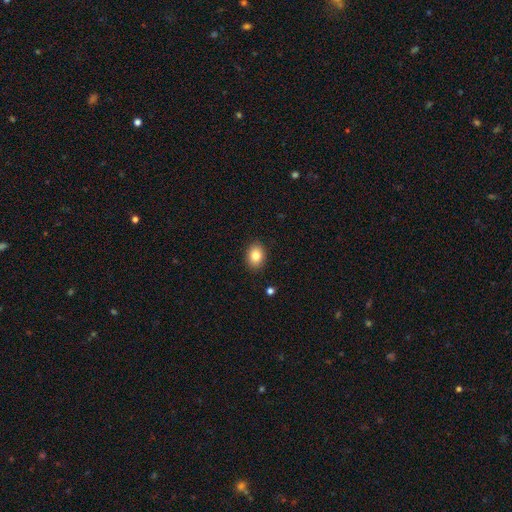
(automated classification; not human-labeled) Morphology: type=smooth (83%); roundness=in between (71%); merging=none (90%).